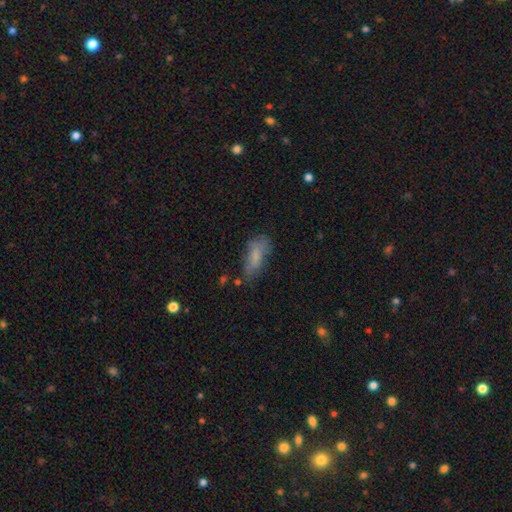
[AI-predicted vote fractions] This appears to be a smooth galaxy with no disk features (73%) that is in between round and cigar-shaped (70%). Merging: none (58%).